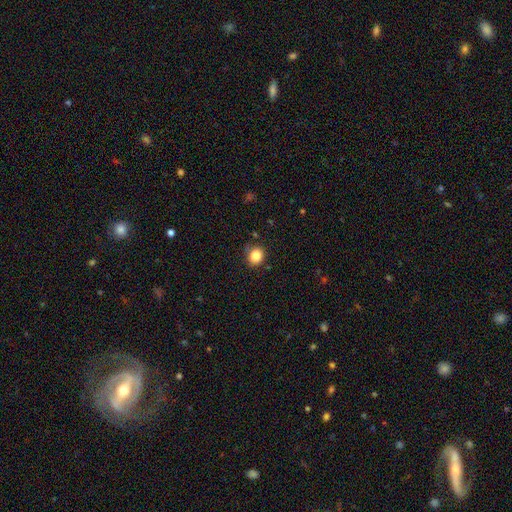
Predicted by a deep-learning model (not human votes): This is clearly a smooth galaxy (85%). How rounded: likely round (77%). Merging: clearly none (82%).